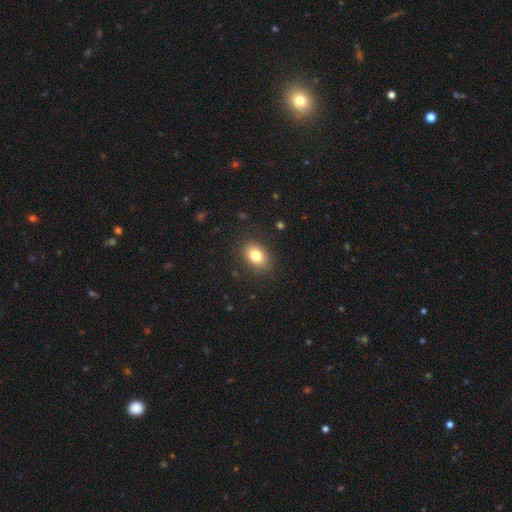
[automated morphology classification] Q: Smooth or featured?
A: smooth (81%); runner-up: featured or disk (10%)
Q: How rounded?
A: in between (81%); runner-up: round (18%)
Q: Merging?
A: none (87%); runner-up: minor disturbance (10%)